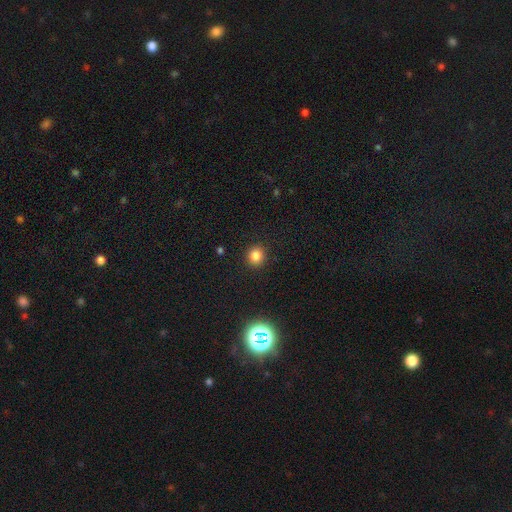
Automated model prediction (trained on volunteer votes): Q: Smooth or featured?
A: smooth (83%); runner-up: star or artifact (13%)
Q: How rounded?
A: round (88%); runner-up: in between (11%)
Q: Merging?
A: none (91%); runner-up: minor disturbance (6%)